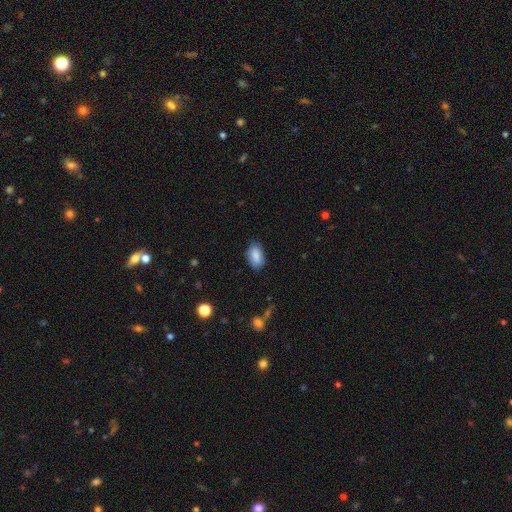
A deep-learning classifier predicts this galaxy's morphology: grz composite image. It shows a smooth galaxy with no disk features (87%) that is in between round and cigar-shaped (92%). Merging: none (81%).